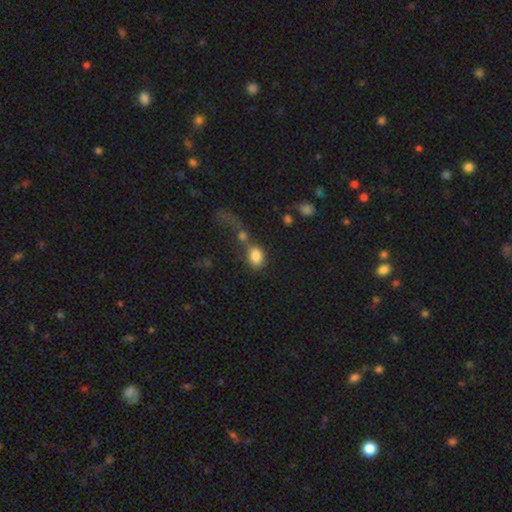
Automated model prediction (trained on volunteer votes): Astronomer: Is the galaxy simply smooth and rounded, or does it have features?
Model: smooth — 83%.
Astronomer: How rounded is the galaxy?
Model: in between — 66%.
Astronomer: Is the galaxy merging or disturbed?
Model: merger — 37% (runner-up: none, 36%).